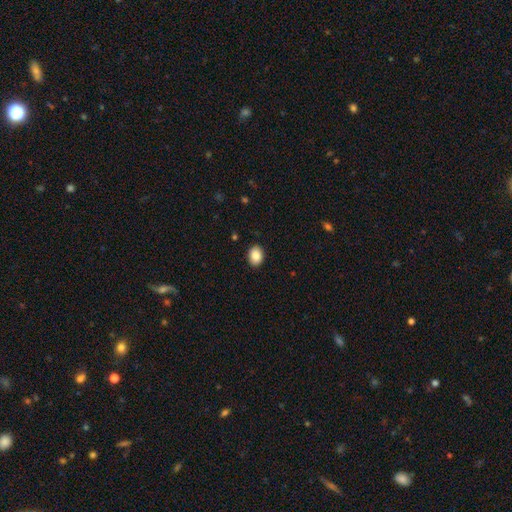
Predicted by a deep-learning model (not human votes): Smooth or featured? Predicted: smooth (p=0.88). How rounded? Predicted: in between (p=0.70). Merging? Predicted: none (p=0.90).